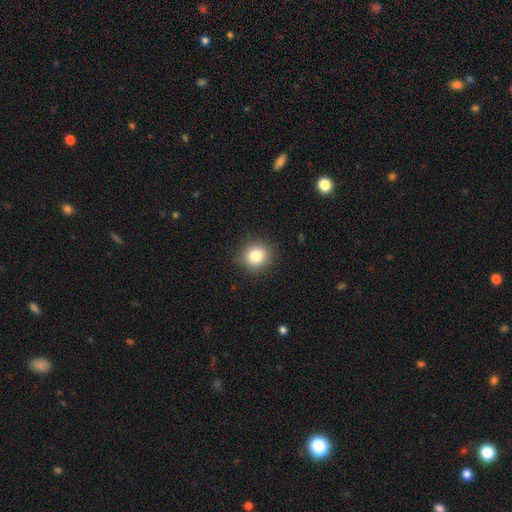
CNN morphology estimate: type=smooth (82%); roundness=round (87%); merging=none (91%).